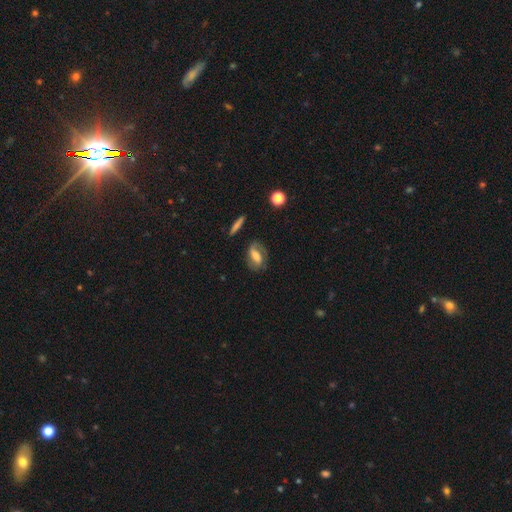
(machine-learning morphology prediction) Smooth or featured? featured or disk (51%)
Edge-on disk? no (92%)
Merging? none (70%)